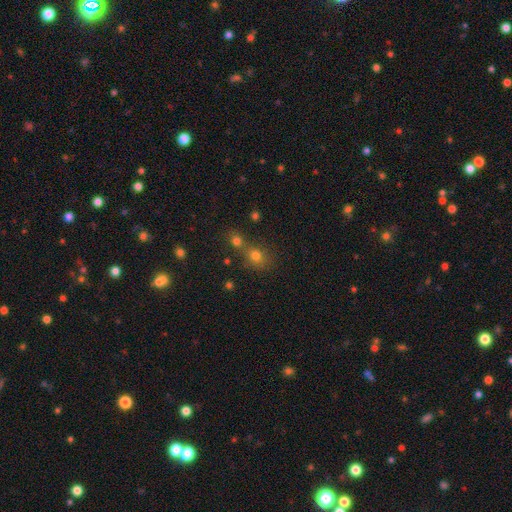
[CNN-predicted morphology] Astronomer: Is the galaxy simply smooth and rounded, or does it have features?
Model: smooth — 70%.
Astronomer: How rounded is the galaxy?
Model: round — 73%.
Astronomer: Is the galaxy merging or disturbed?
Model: none — 48% (runner-up: merger, 39%).